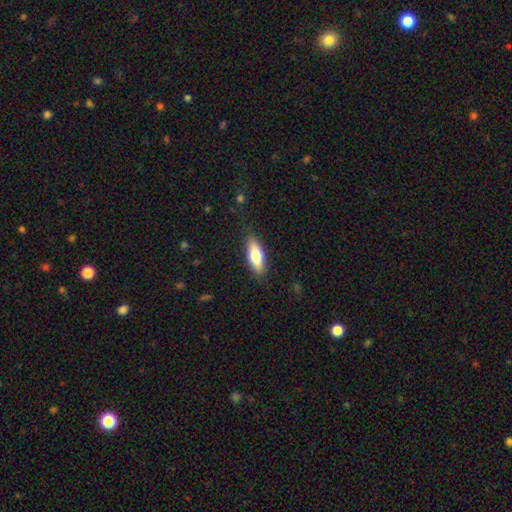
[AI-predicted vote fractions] Smooth or featured? smooth (69%)
How rounded? in between (63%)
Merging? none (84%)